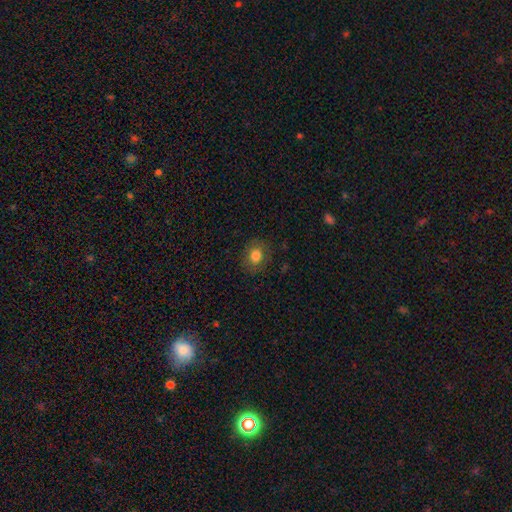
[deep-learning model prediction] smooth-or-featured: smooth: 80% | star or artifact: 10% | featured or disk: 10%
  how-rounded: round: 64% | in between: 35% | cigar-shaped: 1%
  merging: none: 84% | minor disturbance: 11% | major disturbance: 4% | merger: 1%